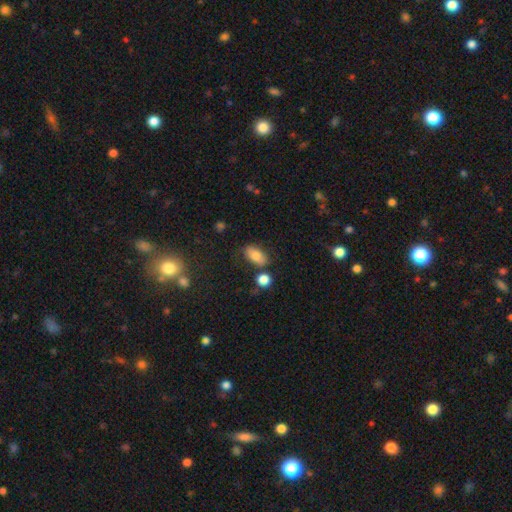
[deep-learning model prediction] Smooth or featured: smooth — 79% (featured or disk — 12%)
How rounded: in between — 89% (round — 7%)
Merging: none — 74% (minor disturbance — 14%)